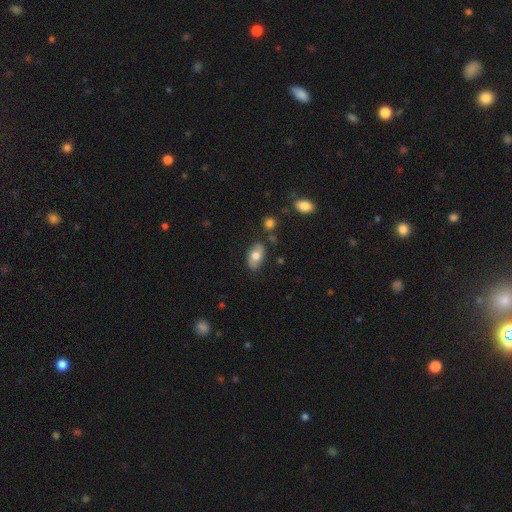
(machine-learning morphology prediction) A smooth galaxy with no disk features (70%) that is in between round and cigar-shaped (93%).

Vote fractions:
- Smooth or featured? smooth: 70% / featured or disk: 23% / star or artifact: 7%
- How rounded? in between: 93% / round: 5% / cigar-shaped: 2%
- Merging? none: 79% / minor disturbance: 15% / merger: 3% / major disturbance: 3%